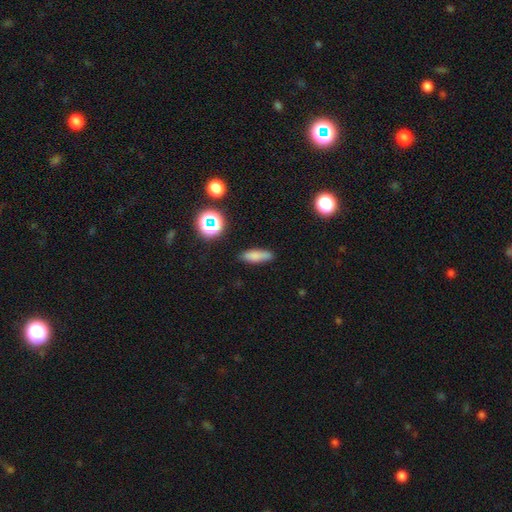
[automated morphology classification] A smooth galaxy with no disk features (78%) that is in between round and cigar-shaped (49%).

Vote fractions:
- Smooth or featured? smooth: 78% / star or artifact: 12% / featured or disk: 10%
- How rounded? in between: 49% / cigar-shaped: 47% / round: 5%
- Merging? none: 83% / minor disturbance: 12% / major disturbance: 3% / merger: 2%